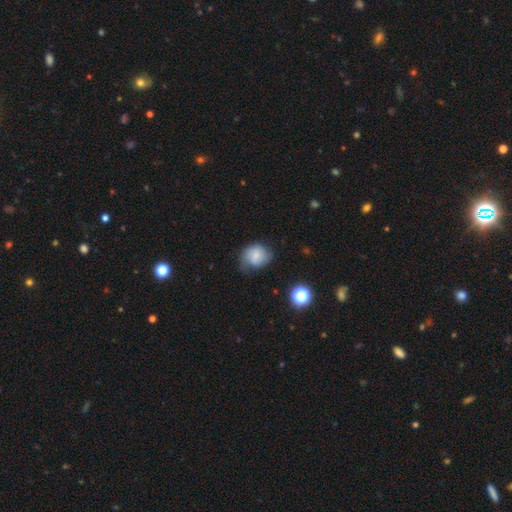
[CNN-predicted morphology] type=smooth (61%); roundness=round (62%); merging=none (54%).